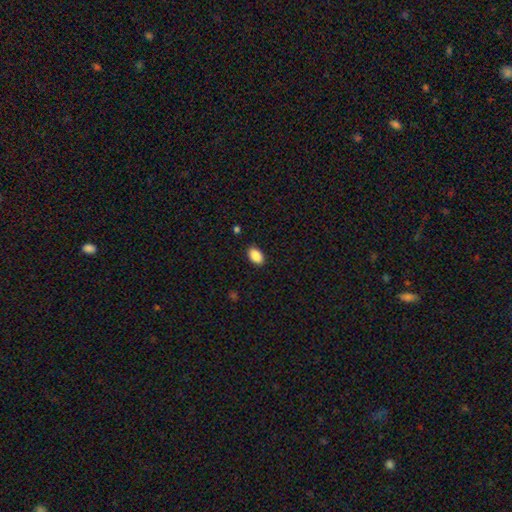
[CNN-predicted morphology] type=smooth (89%); roundness=in between (91%); merging=none (89%).